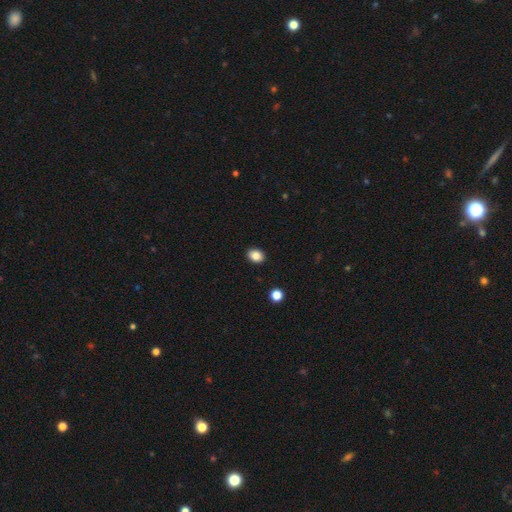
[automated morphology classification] A smooth galaxy with no disk features (86%) that is in between round and cigar-shaped (57%). Merging: none (90%).